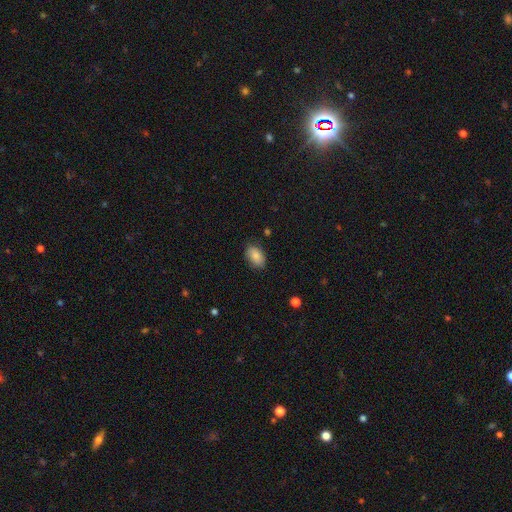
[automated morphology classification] A smooth galaxy with no disk features (85%) that is in between round and cigar-shaped (89%). Merging: none (80%).